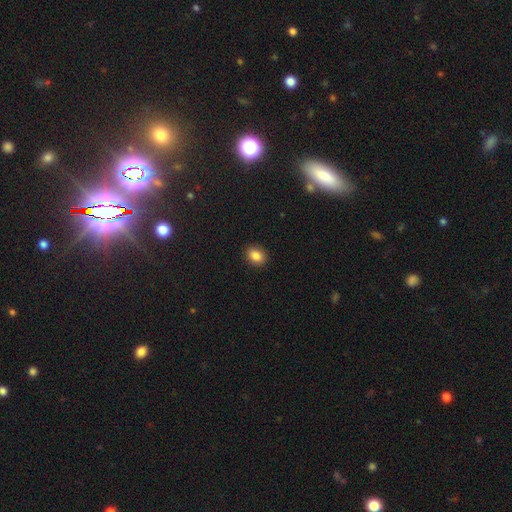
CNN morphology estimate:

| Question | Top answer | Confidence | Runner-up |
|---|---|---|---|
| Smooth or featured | smooth | 86% | star or artifact (10%) |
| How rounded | in between | 58% | round (41%) |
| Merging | none | 91% | minor disturbance (7%) |